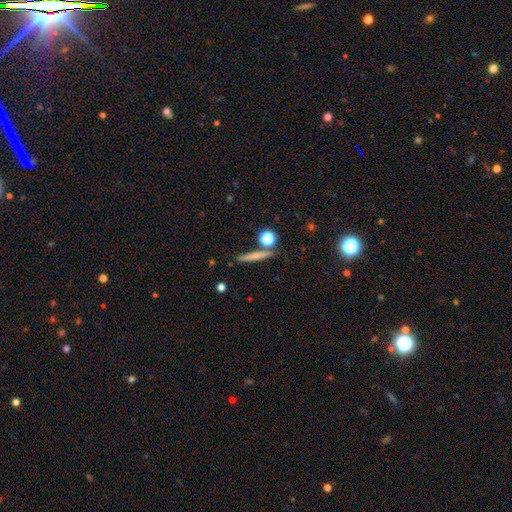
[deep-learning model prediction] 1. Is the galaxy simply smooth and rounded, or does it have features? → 65% smooth, 25% featured or disk, 10% star or artifact.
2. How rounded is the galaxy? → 85% cigar-shaped, 8% round, 7% in between.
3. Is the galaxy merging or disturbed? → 81% none, 8% minor disturbance, 8% merger, 3% major disturbance.